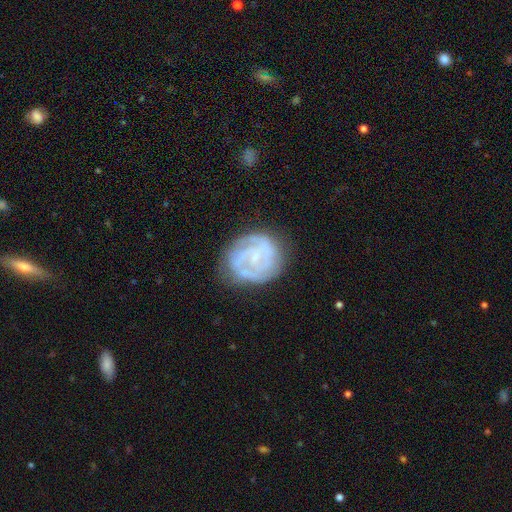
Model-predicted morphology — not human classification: A featured or disk galaxy (79%) with no bar (59%), 2 (32%) tight (64%) spiral arms (91%) and a small central bulge (69%). Merging: none (73%).